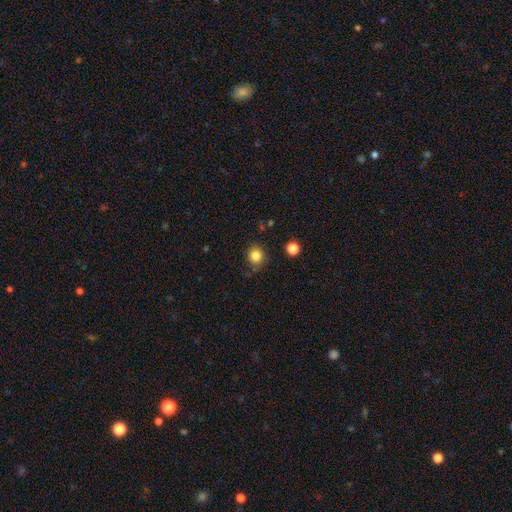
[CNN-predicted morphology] smooth_or_featured: smooth (p=0.83) [alt: star or artifact p=0.12]
how_rounded: round (p=0.89) [alt: in between p=0.10]
merging: none (p=0.84) [alt: minor disturbance p=0.10]